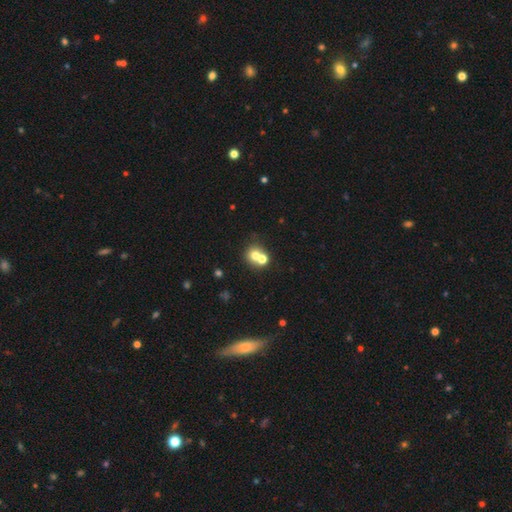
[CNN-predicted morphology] A smooth galaxy with no disk features (68%) that is round (80%).

Vote fractions:
- Smooth or featured? smooth: 68% / featured or disk: 18% / star or artifact: 14%
- How rounded? round: 80% / in between: 19% / cigar-shaped: 1%
- Merging? merger: 51% / none: 40% / minor disturbance: 6% / major disturbance: 3%